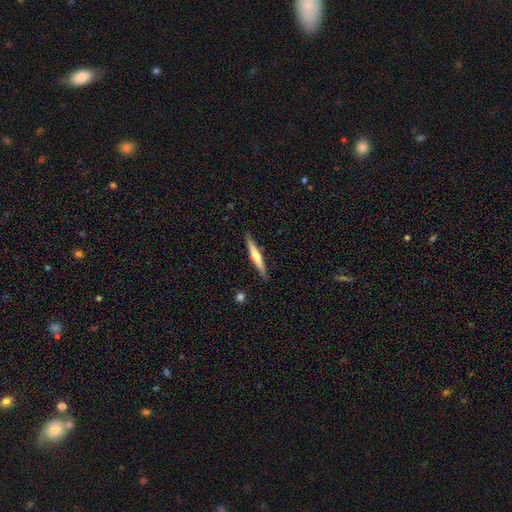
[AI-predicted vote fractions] featured or disk 58%, smooth 36%, star or artifact 6%. Down the decision tree: edge-on disk — yes (97%); edge-on bulge — rounded (82%); merging — none (89%).